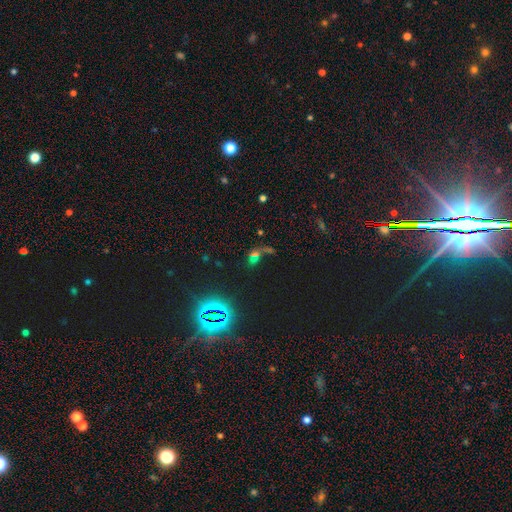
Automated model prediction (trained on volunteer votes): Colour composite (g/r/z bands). It shows a star or artifact, not a galaxy (54%).